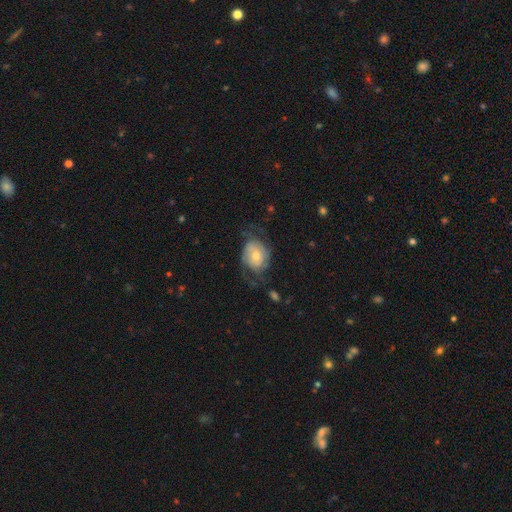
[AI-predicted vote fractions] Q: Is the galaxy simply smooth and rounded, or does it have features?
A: featured or disk — 59%.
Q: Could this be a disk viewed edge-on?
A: no — 97%.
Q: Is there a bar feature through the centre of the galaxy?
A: no — 73%.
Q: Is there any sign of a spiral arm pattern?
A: yes — 80%.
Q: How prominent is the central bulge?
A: moderate — 56%.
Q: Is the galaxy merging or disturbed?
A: none — 49%.